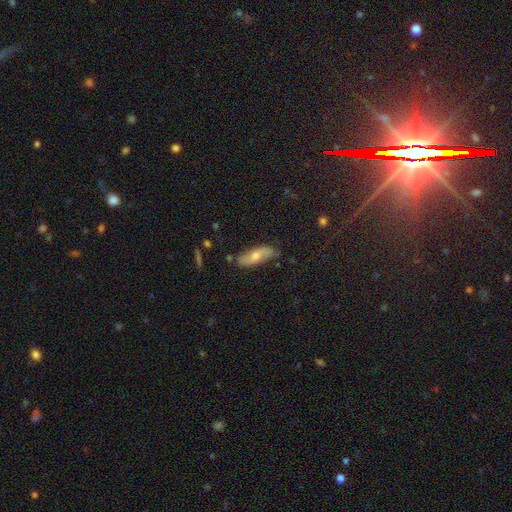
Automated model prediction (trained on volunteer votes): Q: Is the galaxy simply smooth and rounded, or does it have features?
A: smooth — 47%.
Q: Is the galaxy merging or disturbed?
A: none — 75%.